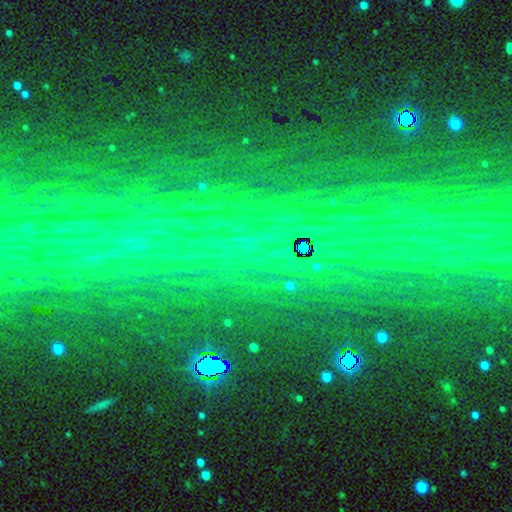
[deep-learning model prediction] Smooth or featured? star or artifact (84%)